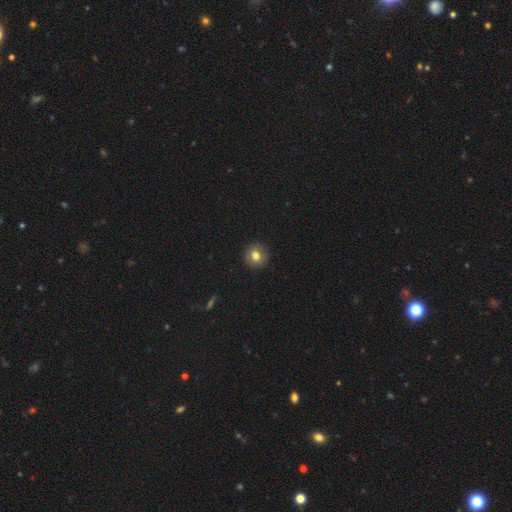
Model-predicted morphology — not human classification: Smooth or featured? Predicted: smooth (p=0.78). How rounded? Predicted: round (p=0.93). Merging? Predicted: none (p=0.92).